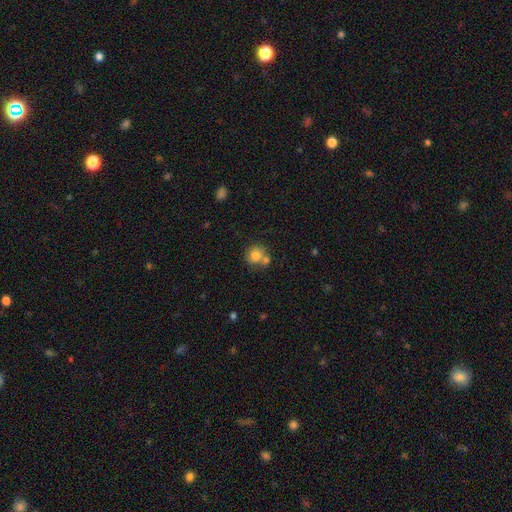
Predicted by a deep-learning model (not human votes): This appears to be a smooth galaxy with no disk features (77%) that is round (82%). Merging: none (50%).